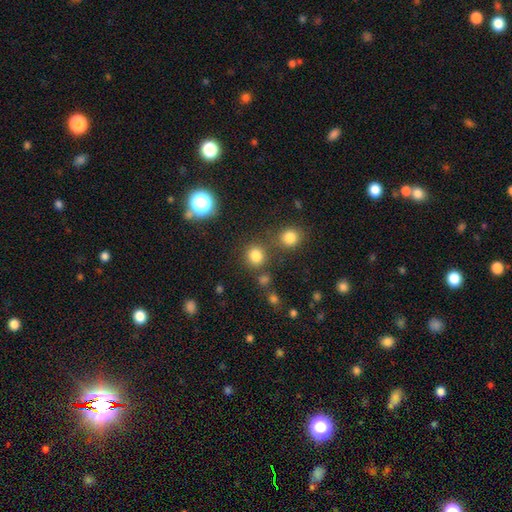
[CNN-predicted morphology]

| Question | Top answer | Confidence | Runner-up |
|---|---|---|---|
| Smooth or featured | smooth | 80% | star or artifact (15%) |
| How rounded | round | 88% | in between (11%) |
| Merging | none | 75% | merger (12%) |